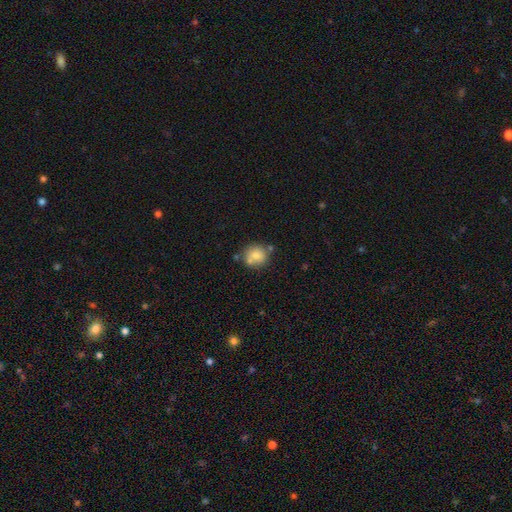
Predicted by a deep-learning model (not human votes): Morphology: type=smooth (76%); roundness=round (84%); merging=none (61%).